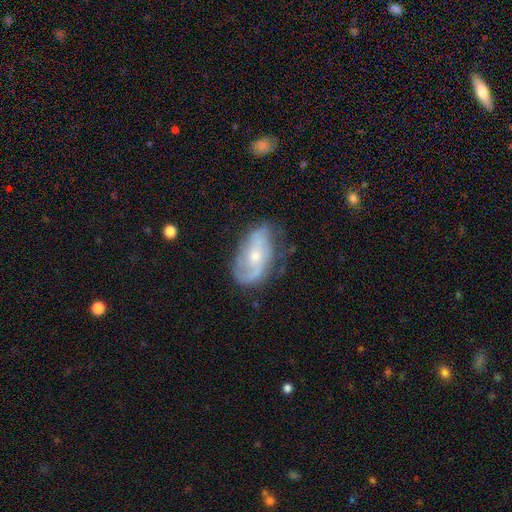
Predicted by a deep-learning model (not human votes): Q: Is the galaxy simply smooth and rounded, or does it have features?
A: featured or disk — 74%.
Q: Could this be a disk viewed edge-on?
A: no — 95%.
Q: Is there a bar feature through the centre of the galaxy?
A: no — 59%.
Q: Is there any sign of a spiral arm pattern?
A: yes — 88%.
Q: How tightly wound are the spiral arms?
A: loose — 41%.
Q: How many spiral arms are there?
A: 2 — 67%.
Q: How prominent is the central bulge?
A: small — 54%.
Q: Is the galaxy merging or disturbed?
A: none — 60%.